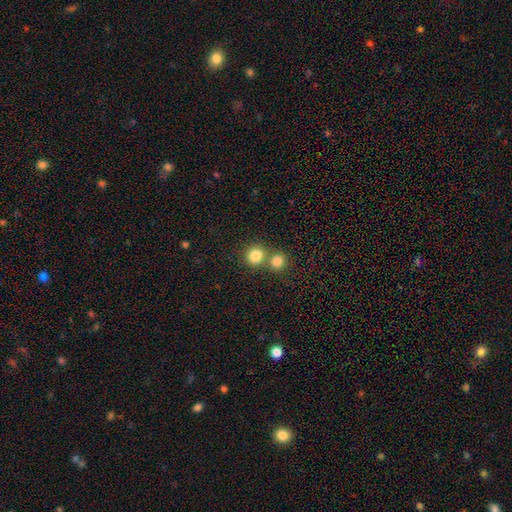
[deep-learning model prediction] A smooth galaxy with no disk features (82%) that is round (88%). Merging: none (55%).